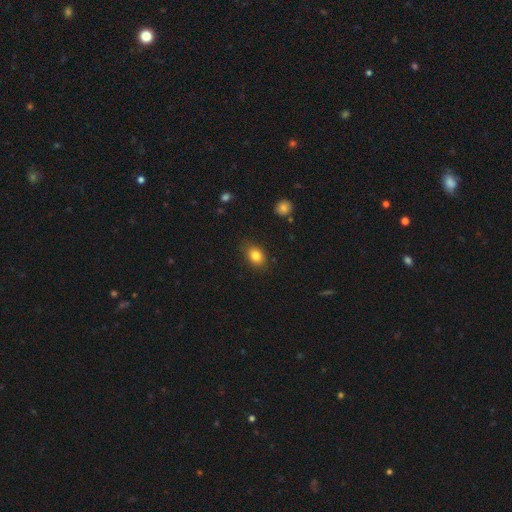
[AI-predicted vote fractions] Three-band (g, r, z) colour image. It shows a smooth galaxy with no disk features (82%) that is in between round and cigar-shaped (73%). Merging: none (82%).